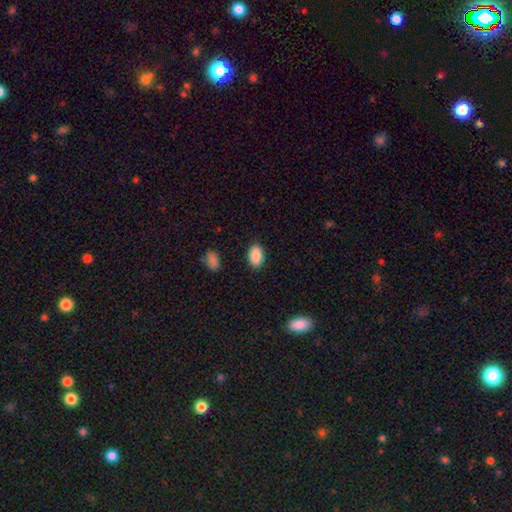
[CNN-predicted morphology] Smooth or featured? smooth (89%)
How rounded? in between (91%)
Merging? none (87%)